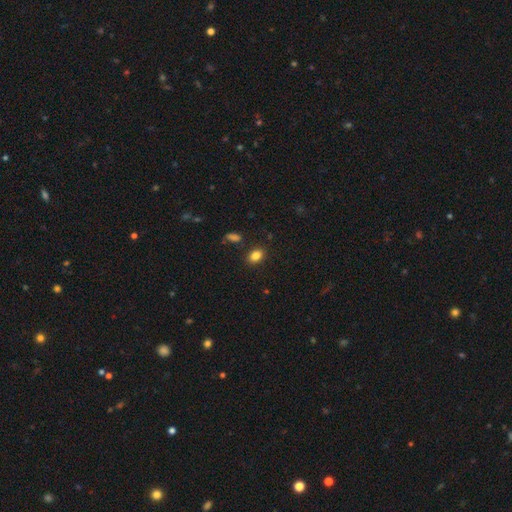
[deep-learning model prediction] smooth 84%, star or artifact 11%, featured or disk 5%. Down the decision tree: how rounded — in between (76%); merging — none (86%).